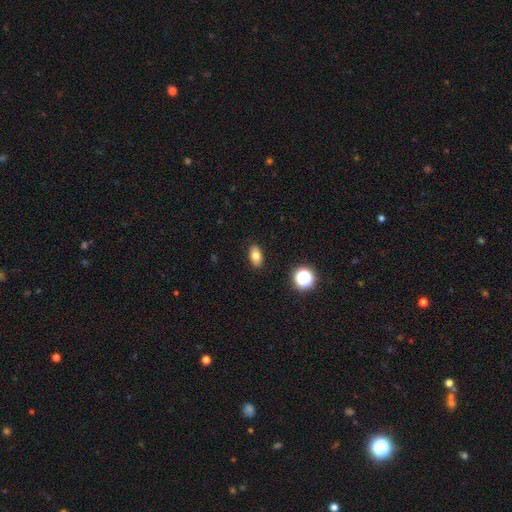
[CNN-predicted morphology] This is likely a smooth galaxy (77%). How rounded: clearly in between (88%). Merging: clearly none (88%).